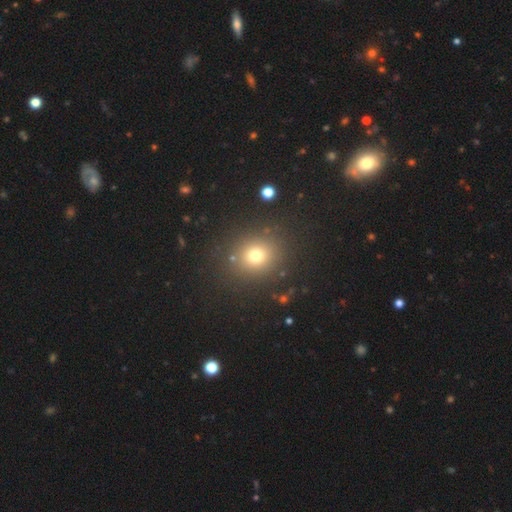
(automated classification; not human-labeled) Smooth or featured?
  - smooth: 72% *
  - star or artifact: 19%
  - featured or disk: 9%
How rounded?
  - round: 82% *
  - in between: 17%
  - cigar-shaped: 1%
Merging?
  - none: 86% *
  - minor disturbance: 8%
  - major disturbance: 4%
  - merger: 3%